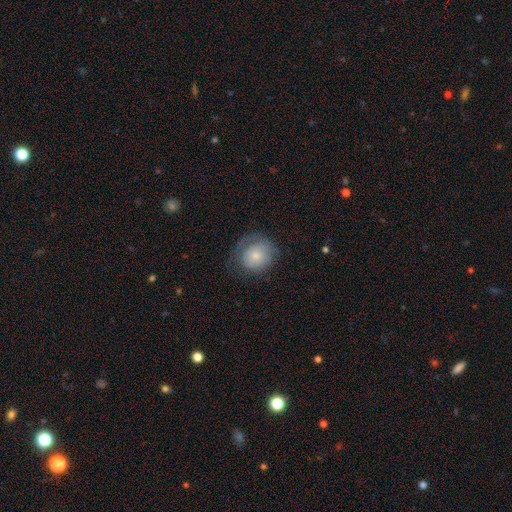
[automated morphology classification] type=smooth (63%); roundness=round (80%); merging=none (54%).